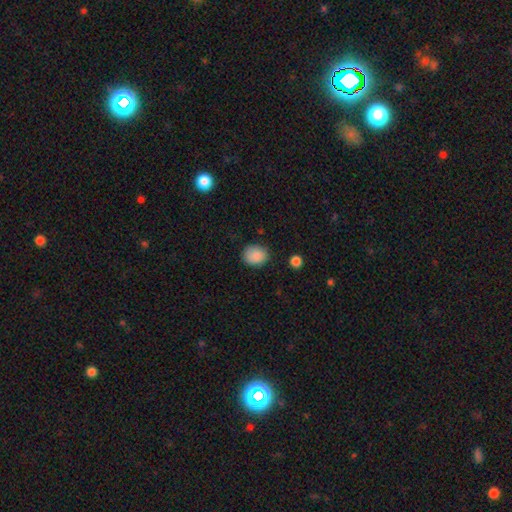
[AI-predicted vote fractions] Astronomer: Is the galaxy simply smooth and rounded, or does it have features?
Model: smooth — 88%.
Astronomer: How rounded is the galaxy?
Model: round — 63%.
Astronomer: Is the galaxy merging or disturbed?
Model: none — 82%.